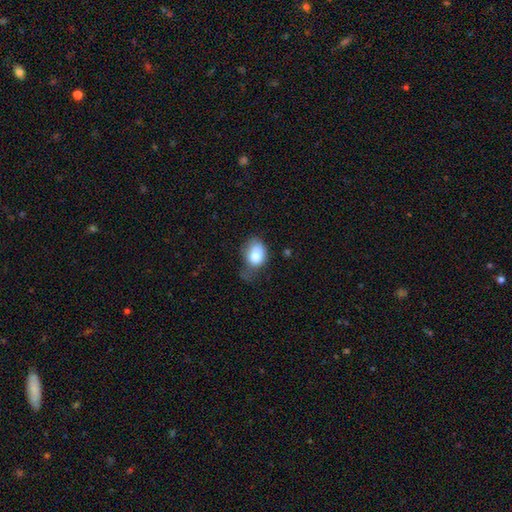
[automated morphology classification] smooth-or-featured: smooth: 80% | featured or disk: 12% | star or artifact: 9%
  how-rounded: in between: 67% | round: 32% | cigar-shaped: 1%
  merging: minor disturbance: 41% | none: 30% | major disturbance: 25% | merger: 4%